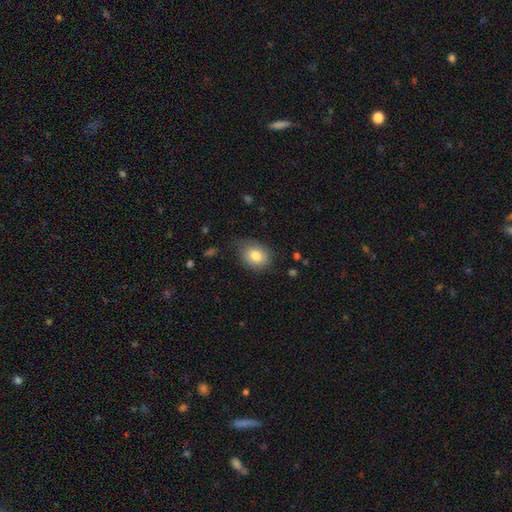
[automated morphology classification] A smooth galaxy with no disk features (80%) that is in between round and cigar-shaped (62%).

Vote fractions:
- Smooth or featured? smooth: 80% / featured or disk: 11% / star or artifact: 8%
- How rounded? in between: 62% / round: 37% / cigar-shaped: 1%
- Merging? none: 69% / minor disturbance: 24% / major disturbance: 6% / merger: 1%